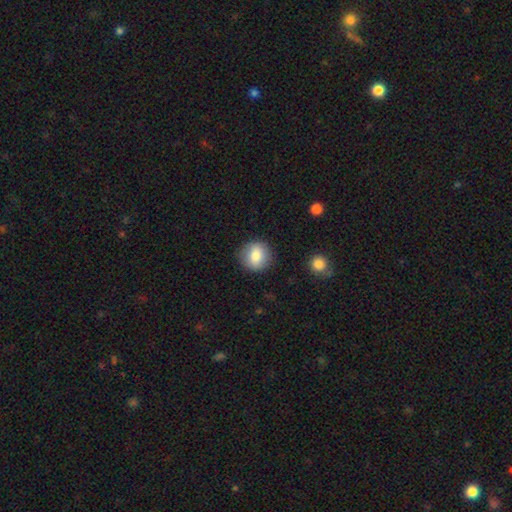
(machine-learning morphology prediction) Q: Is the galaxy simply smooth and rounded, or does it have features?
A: smooth — 79%.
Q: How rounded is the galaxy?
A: round — 89%.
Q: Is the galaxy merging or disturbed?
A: none — 88%.